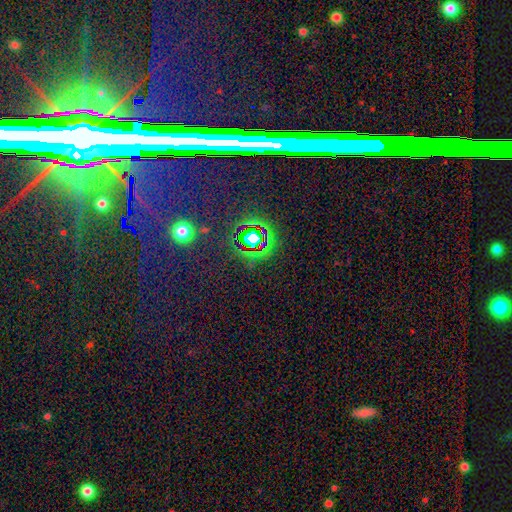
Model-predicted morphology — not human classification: A star or artifact, not a galaxy (76%).